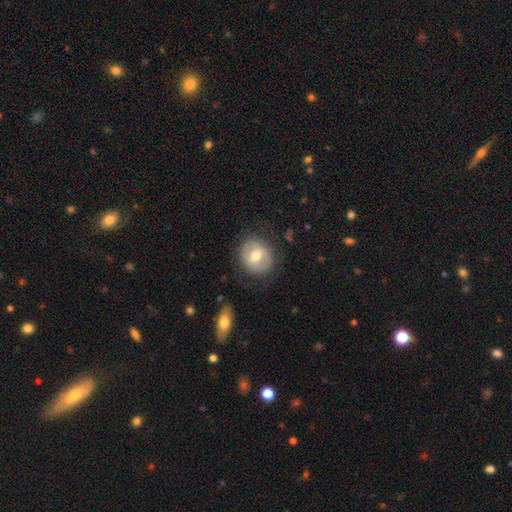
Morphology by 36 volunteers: Smooth or featured? smooth (47%, tied with featured or disk)
How rounded? round (76%)
Merging? none (62%)